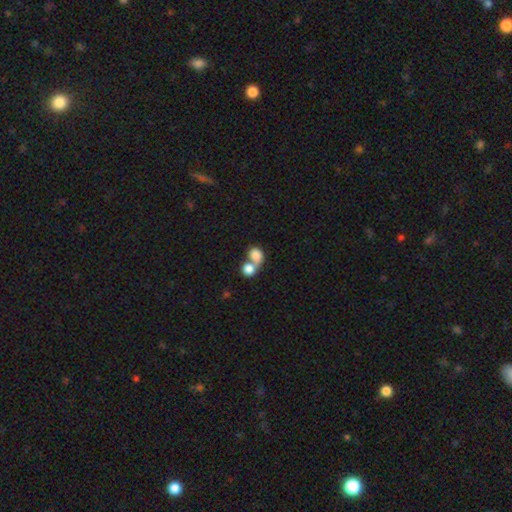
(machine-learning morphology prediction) smooth_or_featured: smooth (p=0.80) [alt: featured or disk p=0.12]
how_rounded: round (p=0.58) [alt: in between p=0.41]
merging: merger (p=0.70) [alt: none p=0.20]